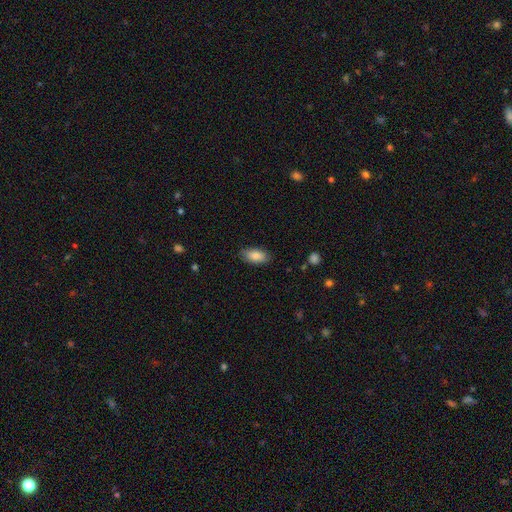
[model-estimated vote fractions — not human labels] Smooth or featured? smooth (87%)
How rounded? in between (91%)
Merging? none (84%)